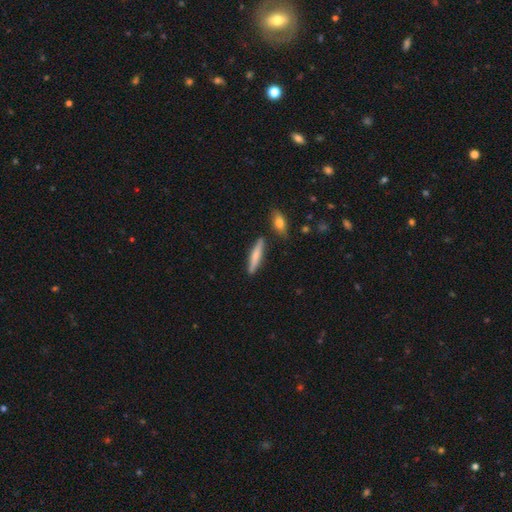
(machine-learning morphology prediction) The model was most divided on "smooth or featured": smooth: 68%, featured or disk: 27%, star or artifact: 6%. More confident: how rounded — cigar-shaped (88%); merging — none (84%).